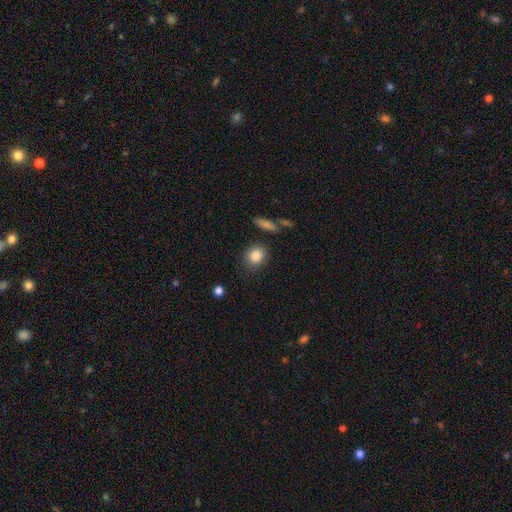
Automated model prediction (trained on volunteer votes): smooth 85%, star or artifact 8%, featured or disk 7%. Down the decision tree: how rounded — round (70%); merging — none (82%).